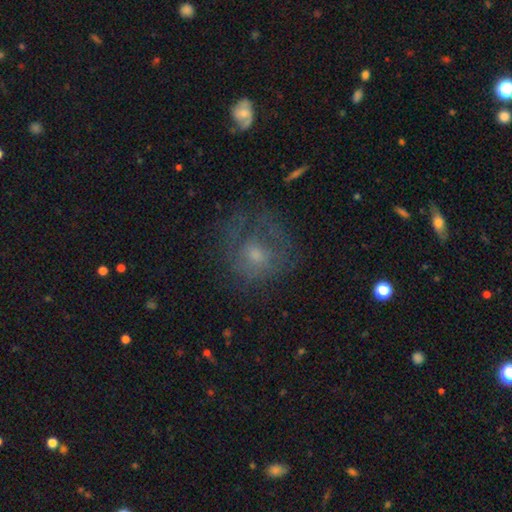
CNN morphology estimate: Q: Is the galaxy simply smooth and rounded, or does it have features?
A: featured or disk — 44%.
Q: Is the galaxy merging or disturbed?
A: none — 48%.